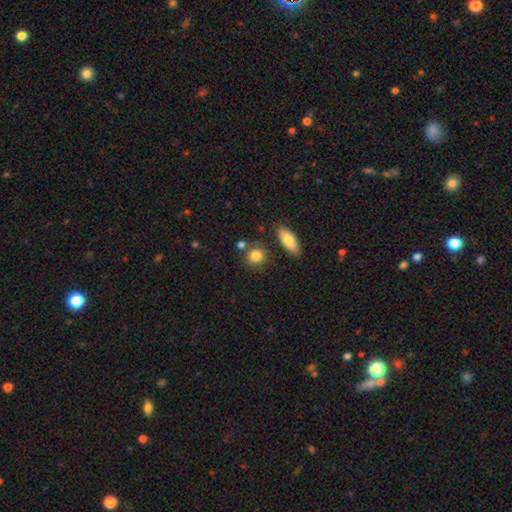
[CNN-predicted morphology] Q: Smooth or featured?
A: smooth (85%); runner-up: star or artifact (8%)
Q: How rounded?
A: round (73%); runner-up: in between (24%)
Q: Merging?
A: none (76%); runner-up: minor disturbance (11%)